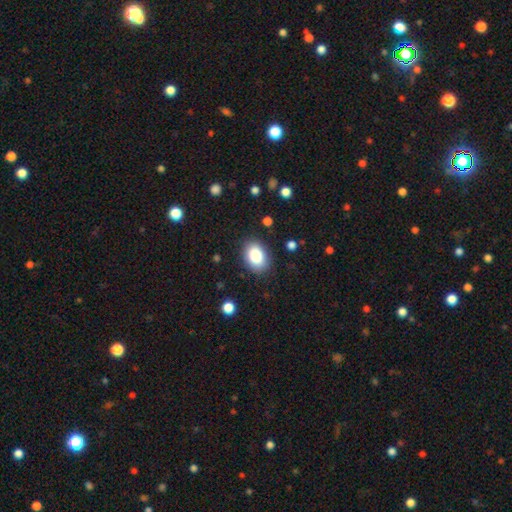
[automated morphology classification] smooth 85%, star or artifact 8%, featured or disk 7%. Down the decision tree: how rounded — in between (78%); merging — none (86%).